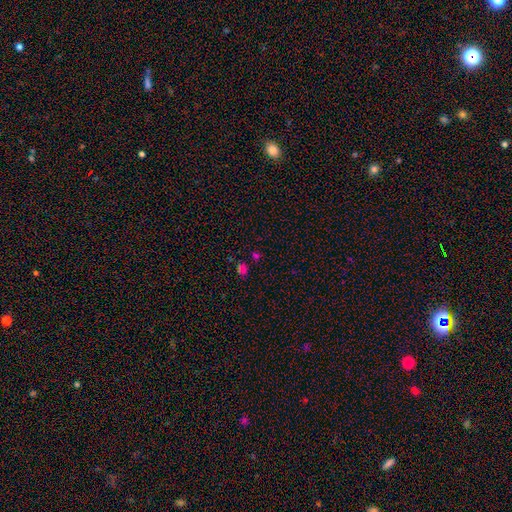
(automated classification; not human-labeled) Smooth or featured: smooth — 51% (star or artifact — 42%)
How rounded: round — 70% (in between — 28%)
Merging: none — 70% (minor disturbance — 13%)